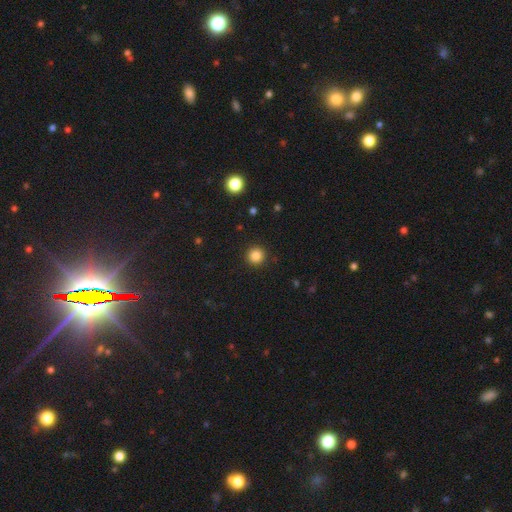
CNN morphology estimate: type=smooth (85%); roundness=round (95%); merging=none (92%).